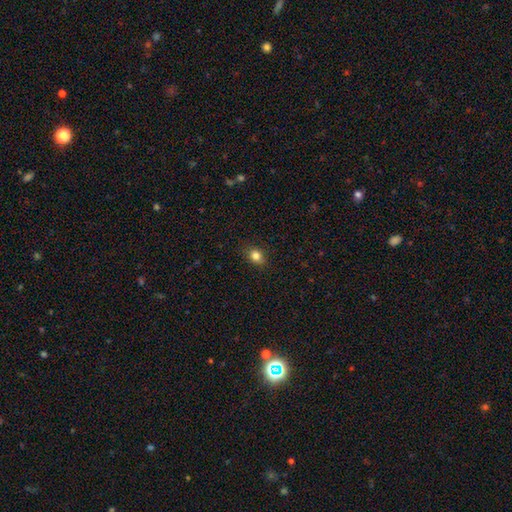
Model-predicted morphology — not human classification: A smooth galaxy with no disk features (82%) that is round (61%).

Vote fractions:
- Smooth or featured? smooth: 82% / star or artifact: 12% / featured or disk: 6%
- How rounded? round: 61% / in between: 38% / cigar-shaped: 1%
- Merging? none: 87% / minor disturbance: 10% / major disturbance: 2% / merger: 1%